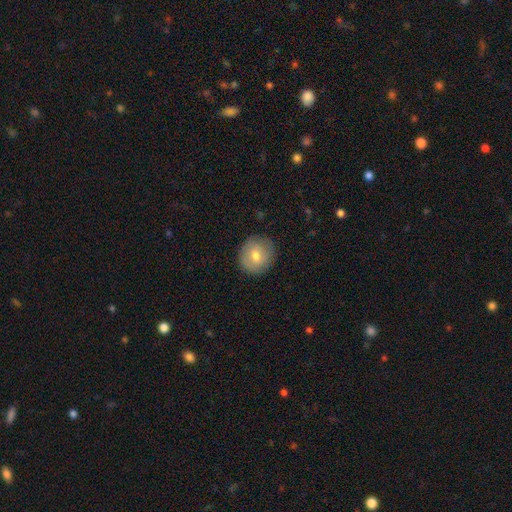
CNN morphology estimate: Q: Smooth or featured?
A: smooth (70%); runner-up: featured or disk (22%)
Q: How rounded?
A: round (88%); runner-up: in between (11%)
Q: Merging?
A: none (87%); runner-up: minor disturbance (9%)